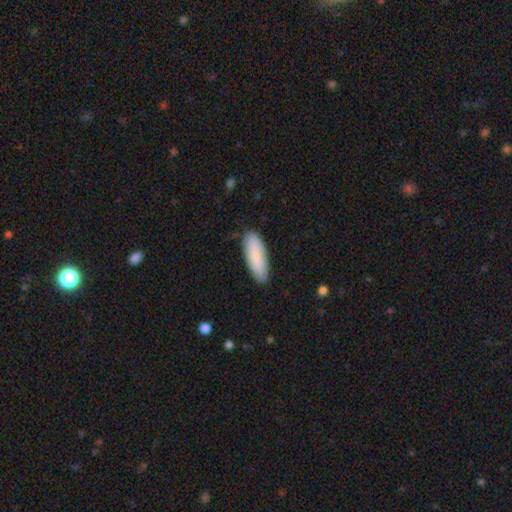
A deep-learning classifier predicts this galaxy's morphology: smooth-or-featured: smooth: 85% | featured or disk: 10% | star or artifact: 5%
  how-rounded: in between: 59% | cigar-shaped: 39% | round: 1%
  merging: none: 87% | minor disturbance: 10% | major disturbance: 2% | merger: 1%